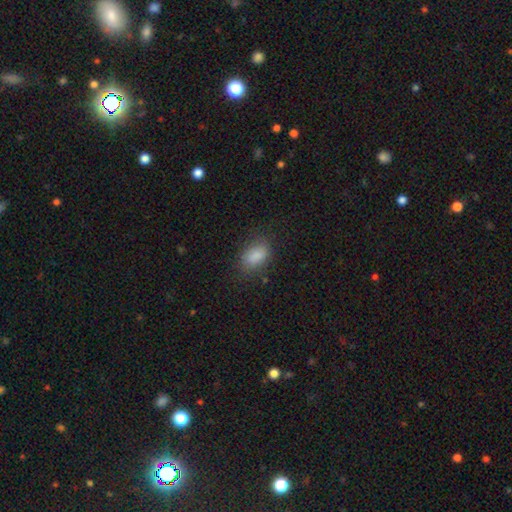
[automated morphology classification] This appears to be a smooth galaxy with no disk features (84%) that is in between round and cigar-shaped (87%). Merging: none (71%).